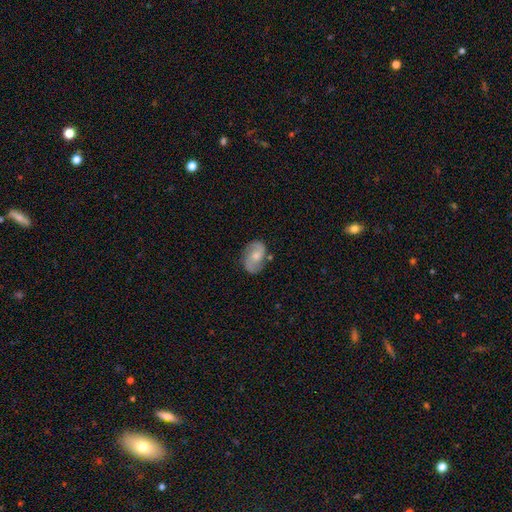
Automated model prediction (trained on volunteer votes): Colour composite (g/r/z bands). It shows a featured or disk galaxy (69%) with no bar (60%), 2 (89%) medium (50%) spiral arms (92%) and a moderate central bulge (56%). Merging: none (75%).